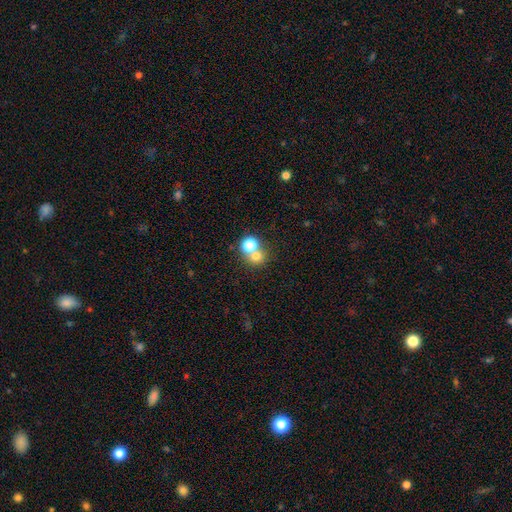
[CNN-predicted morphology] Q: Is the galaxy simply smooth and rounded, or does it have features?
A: smooth — 74%.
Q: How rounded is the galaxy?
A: round — 81%.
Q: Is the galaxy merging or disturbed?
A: merger — 55%.